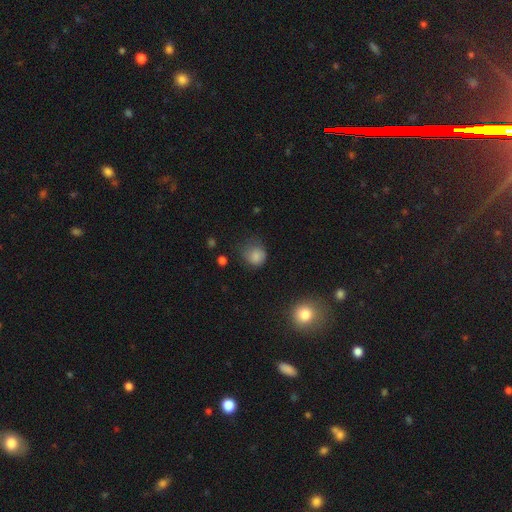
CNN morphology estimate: Smooth or featured: smooth — 81% (star or artifact — 11%)
How rounded: round — 78% (in between — 21%)
Merging: none — 50% (minor disturbance — 32%)